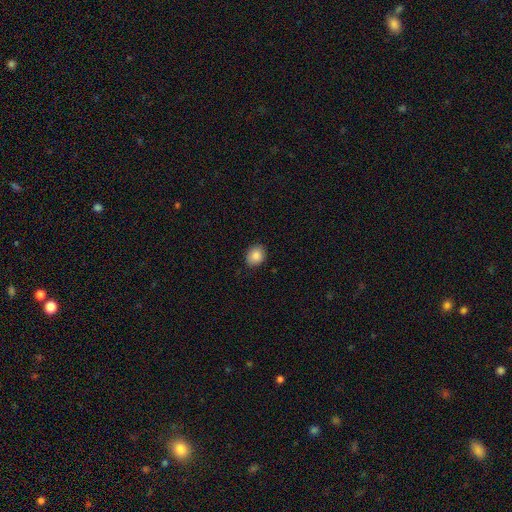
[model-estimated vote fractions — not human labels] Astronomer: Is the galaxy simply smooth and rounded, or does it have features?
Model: smooth — 86%.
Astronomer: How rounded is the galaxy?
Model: round — 55% (runner-up: in between, 44%).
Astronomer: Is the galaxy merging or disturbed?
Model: none — 85%.